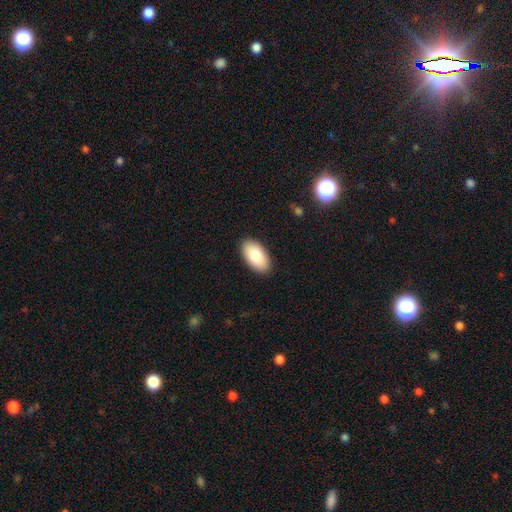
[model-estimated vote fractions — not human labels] Smooth or featured?
  - smooth: 82% *
  - featured or disk: 12%
  - star or artifact: 6%
How rounded?
  - in between: 96% *
  - round: 3%
  - cigar-shaped: 2%
Merging?
  - none: 90% *
  - minor disturbance: 8%
  - major disturbance: 2%
  - merger: 1%